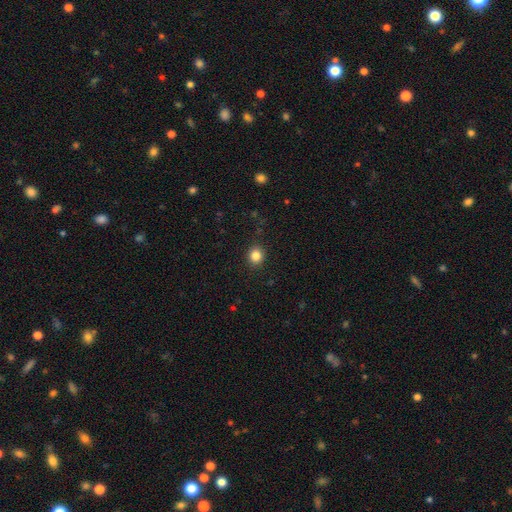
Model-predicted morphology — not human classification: Smooth or featured? Predicted: smooth (p=0.84). How rounded? Predicted: round (p=0.85). Merging? Predicted: none (p=0.90).